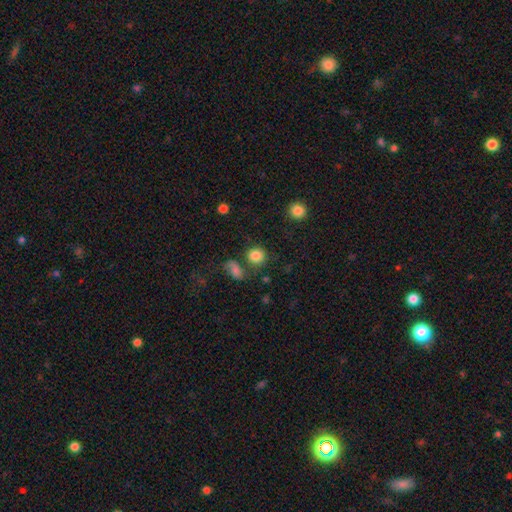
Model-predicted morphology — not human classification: Smooth or featured: smooth — 84% (star or artifact — 10%)
How rounded: round — 85% (in between — 14%)
Merging: none — 69% (merger — 15%)